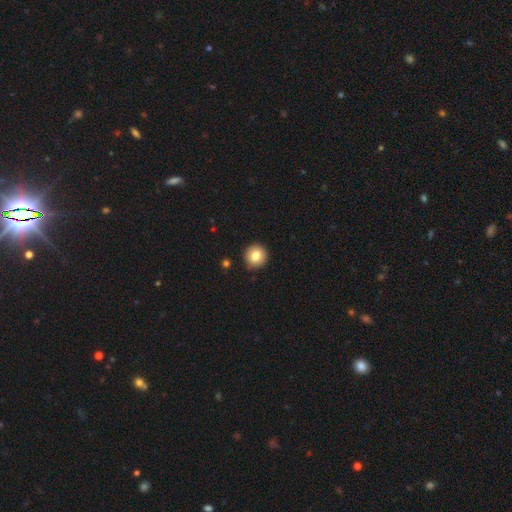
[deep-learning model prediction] Q: Smooth or featured?
A: smooth (81%); runner-up: star or artifact (9%)
Q: How rounded?
A: round (93%); runner-up: in between (6%)
Q: Merging?
A: none (90%); runner-up: minor disturbance (7%)